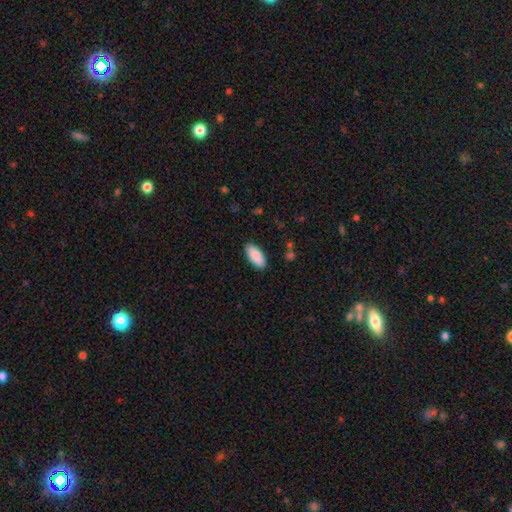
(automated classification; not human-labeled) Smooth or featured?
  - smooth: 90% *
  - star or artifact: 6%
  - featured or disk: 4%
How rounded?
  - in between: 89% *
  - cigar-shaped: 9%
  - round: 2%
Merging?
  - none: 88% *
  - minor disturbance: 9%
  - major disturbance: 2%
  - merger: 1%